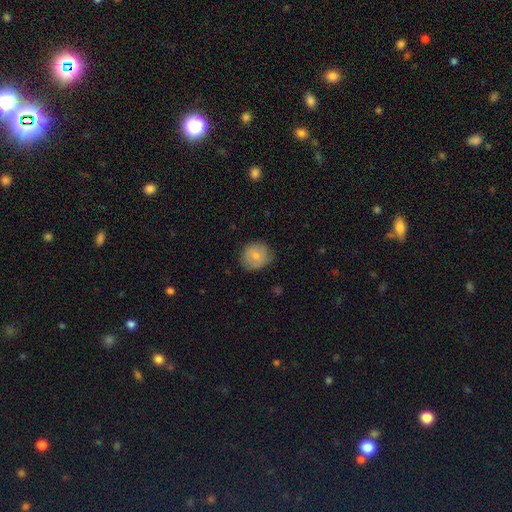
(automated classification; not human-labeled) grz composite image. It shows a smooth galaxy with no disk features (68%) that is round (81%). Merging: none (75%).